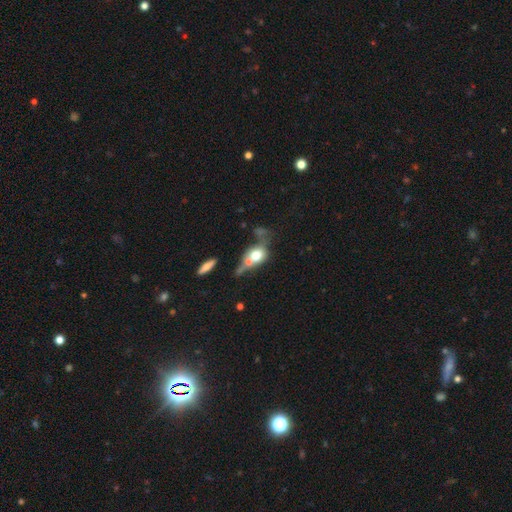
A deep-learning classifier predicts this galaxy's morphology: smooth_or_featured: smooth (p=0.65) [alt: featured or disk p=0.24]
how_rounded: in between (p=0.48) [alt: round p=0.47]
merging: merger (p=0.46) [alt: none p=0.24]